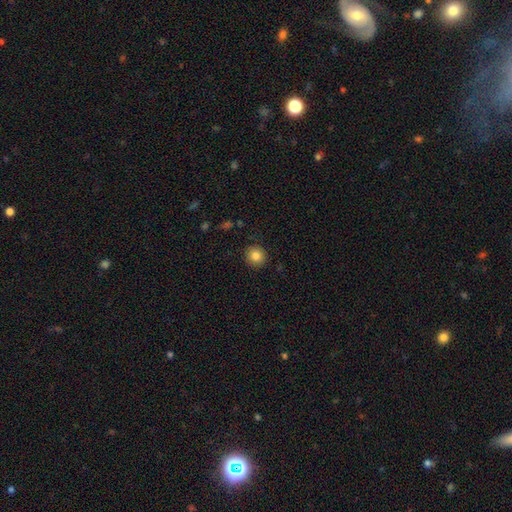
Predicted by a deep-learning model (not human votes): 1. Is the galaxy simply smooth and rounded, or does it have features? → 83% smooth, 10% star or artifact, 7% featured or disk.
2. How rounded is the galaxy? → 92% round, 7% in between, 1% cigar-shaped.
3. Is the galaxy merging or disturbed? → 91% none, 6% minor disturbance, 2% major disturbance, 1% merger.